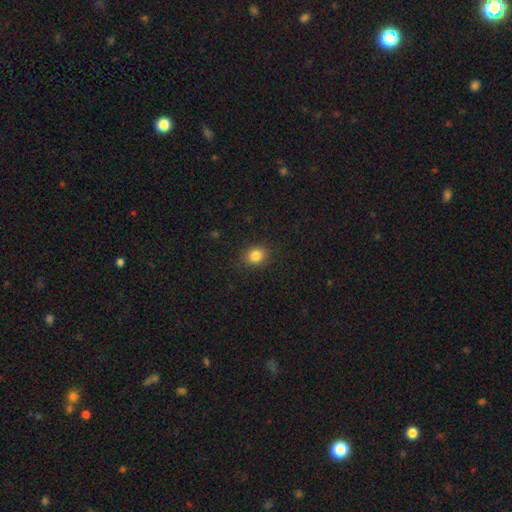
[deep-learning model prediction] The model was most divided on "how rounded": round: 64%, in between: 35%, cigar-shaped: 1%. More confident: merging — none (88%); smooth or featured — smooth (84%).